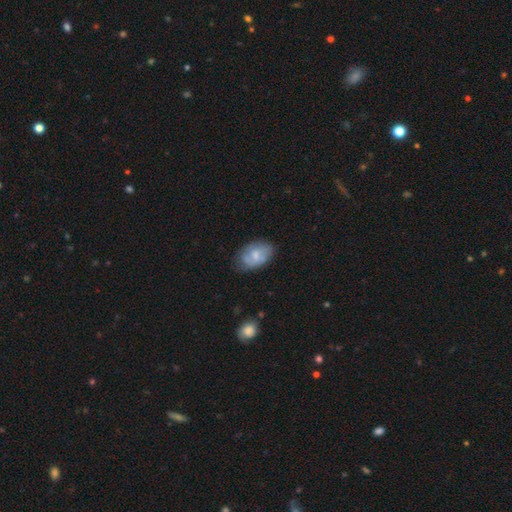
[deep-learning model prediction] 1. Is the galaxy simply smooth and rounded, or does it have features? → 63% smooth, 30% featured or disk, 7% star or artifact.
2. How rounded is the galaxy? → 90% in between, 9% round, 1% cigar-shaped.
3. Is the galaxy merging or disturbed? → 64% none, 26% minor disturbance, 7% major disturbance, 3% merger.